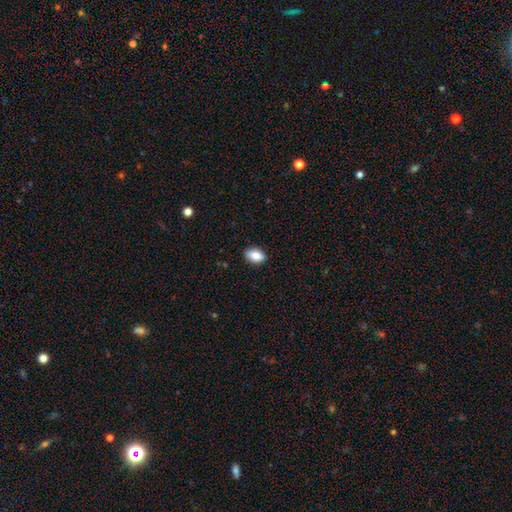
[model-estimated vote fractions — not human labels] Overall: smooth (85%). How rounded: in between (87%). Merging: none (89%).